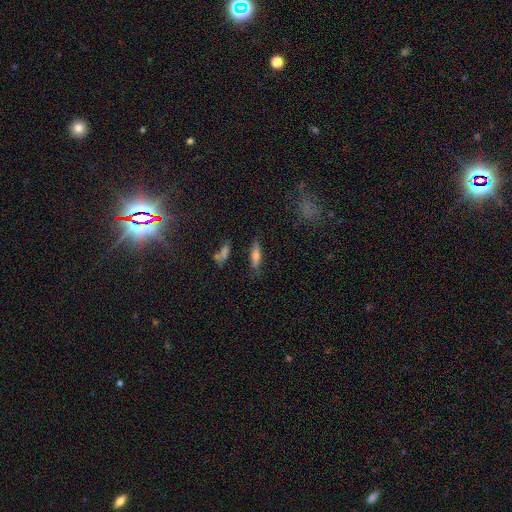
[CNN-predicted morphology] Q: Smooth or featured?
A: smooth (60%); runner-up: featured or disk (31%)
Q: How rounded?
A: cigar-shaped (62%); runner-up: in between (35%)
Q: Merging?
A: none (78%); runner-up: minor disturbance (14%)